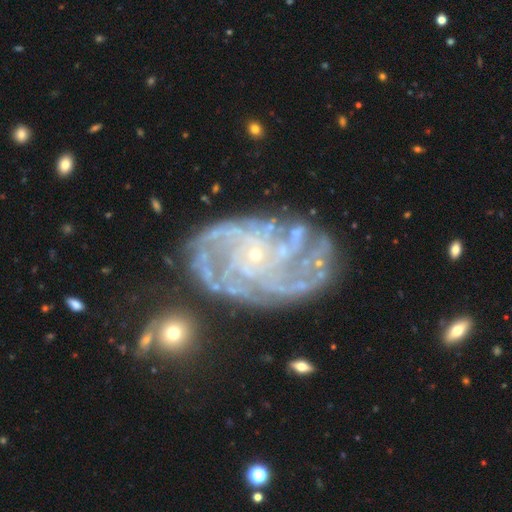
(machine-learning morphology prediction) smooth_or_featured: featured or disk (p=0.88) [alt: star or artifact p=0.06]
disk_edge_on: no (p=0.97) [alt: yes p=0.03]
bar: no (p=0.76) [alt: weak p=0.19]
has_spiral_arms: yes (p=0.96) [alt: no p=0.04]
spiral_winding: tight (p=0.61) [alt: medium p=0.30]
spiral_arm_count: 4 (p=0.26) [alt: can't tell p=0.22]
bulge_size: small (p=0.86) [alt: moderate p=0.09]
merging: none (p=0.66) [alt: minor disturbance p=0.19]